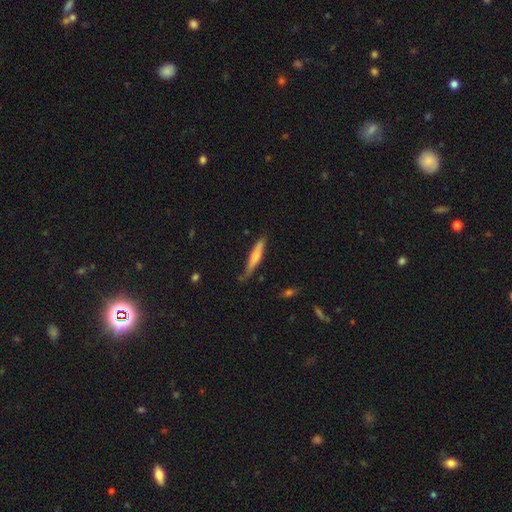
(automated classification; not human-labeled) Overall: smooth (61%; featured or disk 33%). How rounded: cigar-shaped (89%). Merging: none (66%; minor disturbance 26%).